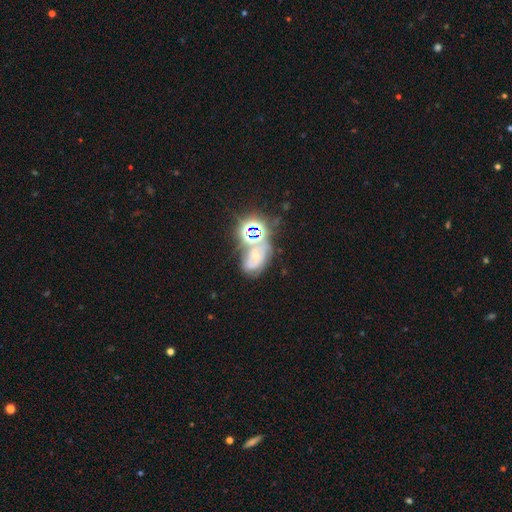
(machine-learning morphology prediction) A featured or disk galaxy (44%).

Vote fractions:
- Smooth or featured? featured or disk: 44% / star or artifact: 35% / smooth: 20%
- Merging? none: 47% / minor disturbance: 20% / merger: 19% / major disturbance: 13%